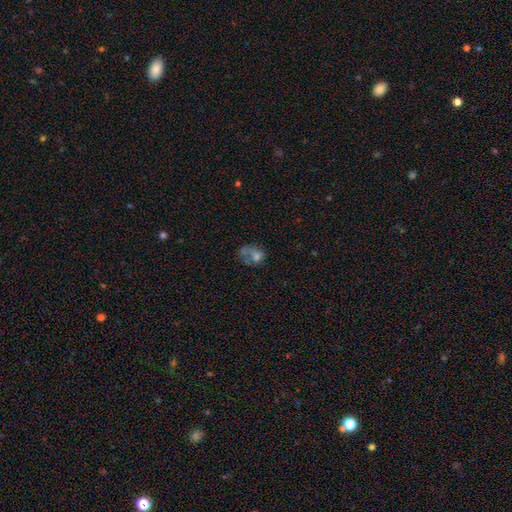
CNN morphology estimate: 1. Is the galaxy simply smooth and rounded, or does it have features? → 48% smooth, 33% featured or disk, 19% star or artifact.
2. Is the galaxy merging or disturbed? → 29% major disturbance, 28% none, 27% merger, 16% minor disturbance.